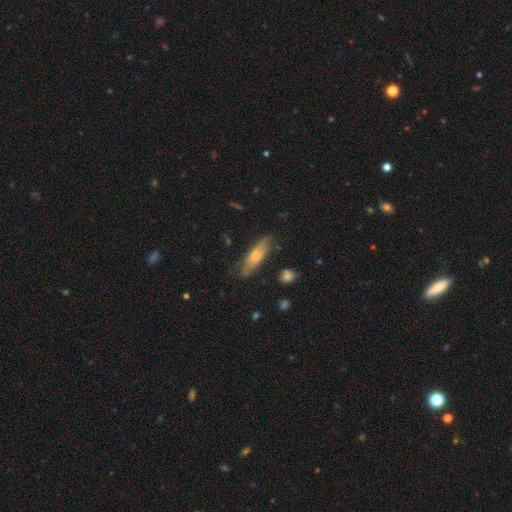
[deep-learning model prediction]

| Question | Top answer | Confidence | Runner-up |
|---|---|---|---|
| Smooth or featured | smooth | 67% | featured or disk (26%) |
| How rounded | cigar-shaped | 60% | in between (38%) |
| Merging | none | 73% | minor disturbance (19%) |